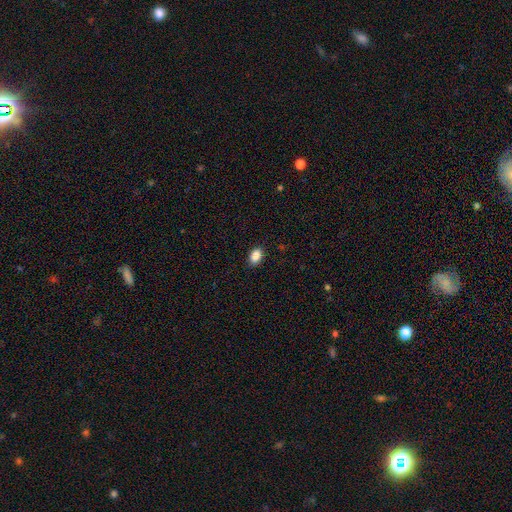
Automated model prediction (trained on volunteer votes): Smooth or featured: smooth — 89% (star or artifact — 8%)
How rounded: in between — 89% (round — 10%)
Merging: none — 88% (minor disturbance — 9%)